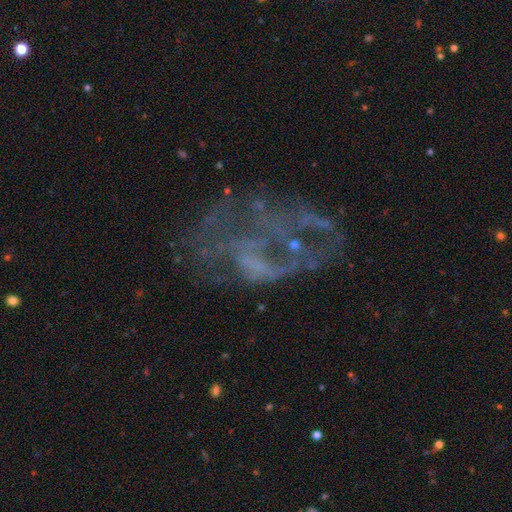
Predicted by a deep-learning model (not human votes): This is likely a featured or disk galaxy (63%). It is clearly not viewed edge-on (97%). Bar: clearly no (83%). Spiral arm pattern: likely no (75%). Central bulge: likely none (71%). Merging: marginally none (40%).